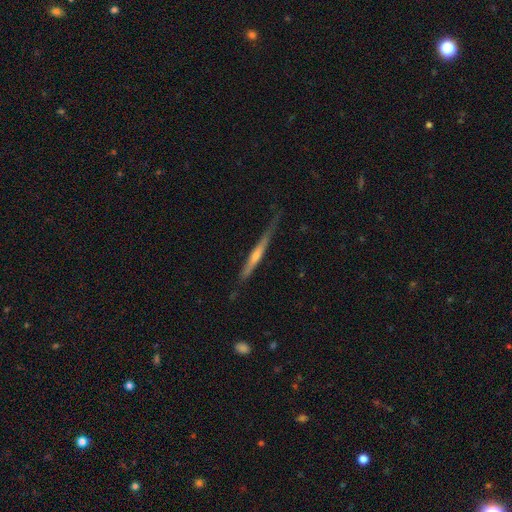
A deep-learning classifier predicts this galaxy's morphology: A featured or disk galaxy (74%) viewed edge-on (97%) with a rounded central bulge (67%).

Vote fractions:
- Smooth or featured? featured or disk: 74% / smooth: 19% / star or artifact: 7%
- Edge-on disk? yes: 97% / no: 3%
- Edge-on bulge? rounded: 67% / none: 25% / boxy: 8%
- Merging? none: 77% / minor disturbance: 18% / major disturbance: 3% / merger: 2%